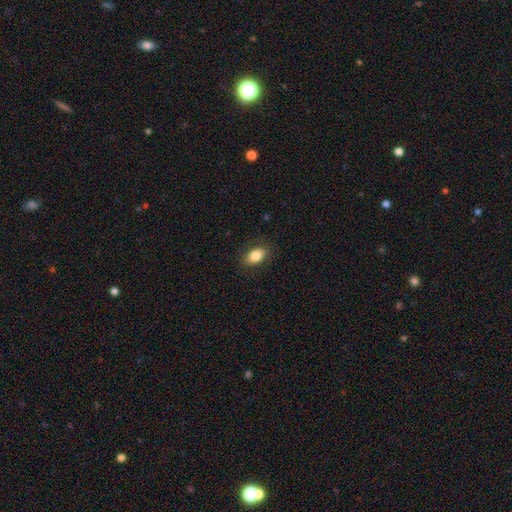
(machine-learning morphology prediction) This appears to be a smooth galaxy with no disk features (82%) that is in between round and cigar-shaped (88%). Merging: none (86%).